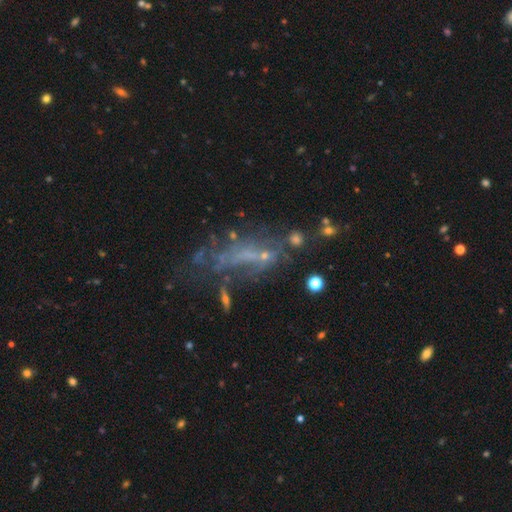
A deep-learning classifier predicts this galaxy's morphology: This appears to be a featured or disk galaxy (53%). Merging: none (35%).